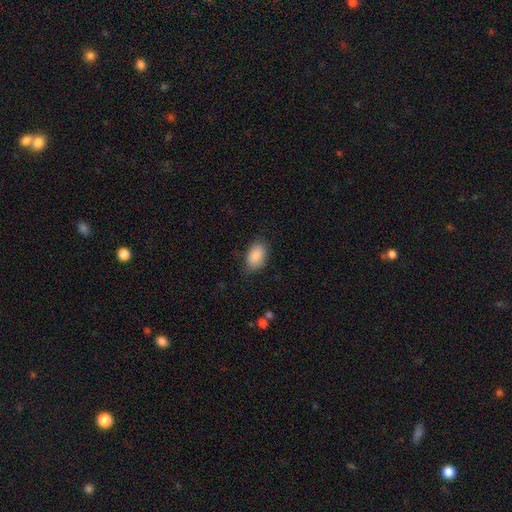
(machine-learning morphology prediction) Smooth or featured? Predicted: smooth (p=0.87). How rounded? Predicted: in between (p=0.91). Merging? Predicted: none (p=0.77).